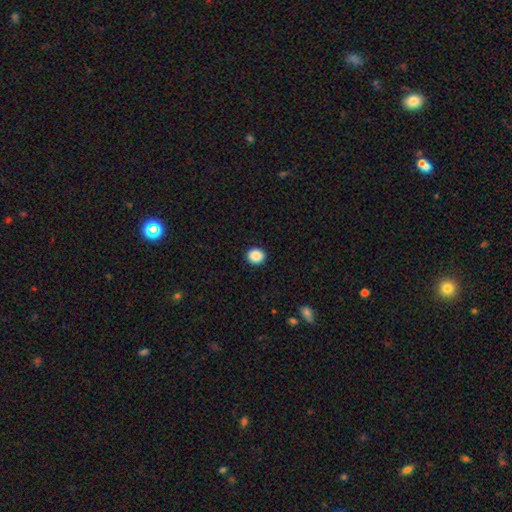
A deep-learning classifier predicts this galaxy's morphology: A smooth galaxy with no disk features (89%) that is round (86%).

Vote fractions:
- Smooth or featured? smooth: 89% / star or artifact: 9% / featured or disk: 2%
- How rounded? round: 86% / in between: 13% / cigar-shaped: 1%
- Merging? none: 93% / minor disturbance: 5% / major disturbance: 2% / merger: 1%